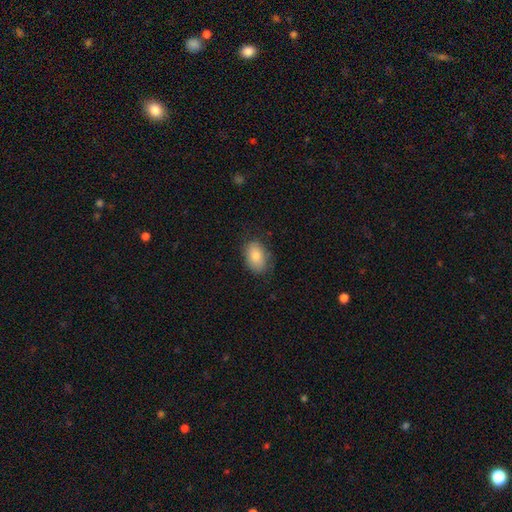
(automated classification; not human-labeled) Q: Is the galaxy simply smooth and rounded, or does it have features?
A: smooth — 83%.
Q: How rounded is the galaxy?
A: in between — 85%.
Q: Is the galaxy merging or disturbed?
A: none — 75%.